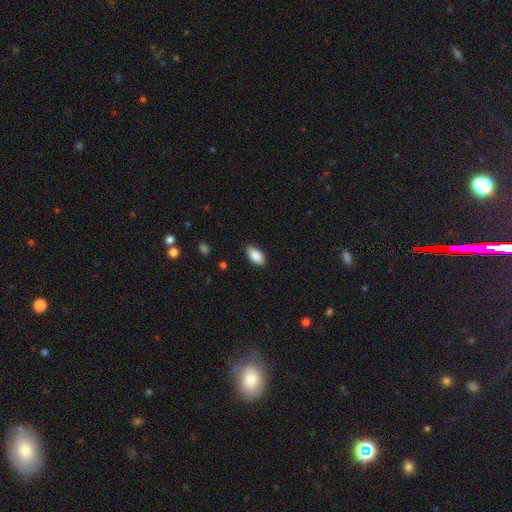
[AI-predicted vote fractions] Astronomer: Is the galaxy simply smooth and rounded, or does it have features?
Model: smooth — 89%.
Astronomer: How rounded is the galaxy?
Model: in between — 91%.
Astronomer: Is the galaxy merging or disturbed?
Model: none — 85%.